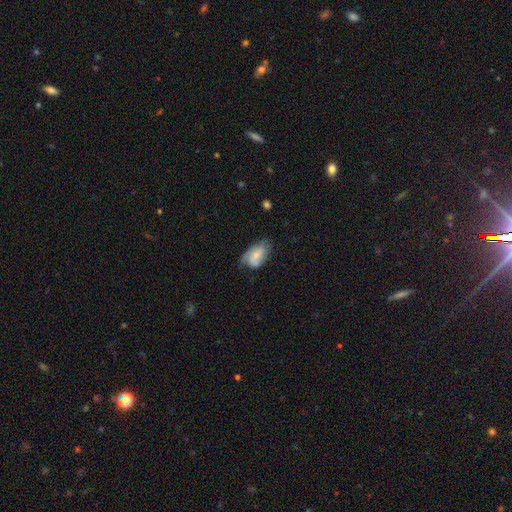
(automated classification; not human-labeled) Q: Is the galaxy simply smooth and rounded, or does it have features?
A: smooth — 57%.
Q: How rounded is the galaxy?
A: in between — 91%.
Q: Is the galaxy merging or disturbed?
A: none — 47%.